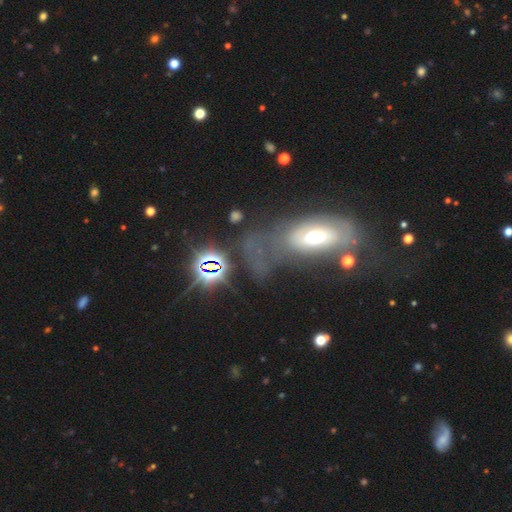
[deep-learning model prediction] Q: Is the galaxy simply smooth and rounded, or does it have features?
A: featured or disk — 49%.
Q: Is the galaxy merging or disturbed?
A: none — 44%.